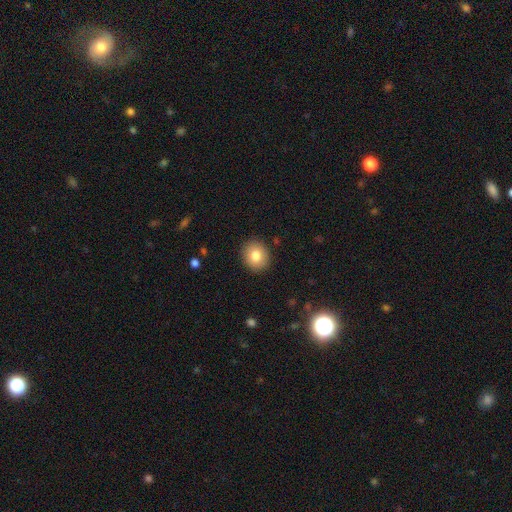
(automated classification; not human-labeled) A smooth galaxy with no disk features (81%) that is round (75%).

Vote fractions:
- Smooth or featured? smooth: 81% / featured or disk: 10% / star or artifact: 9%
- How rounded? round: 75% / in between: 24% / cigar-shaped: 1%
- Merging? none: 90% / minor disturbance: 7% / major disturbance: 2% / merger: 1%